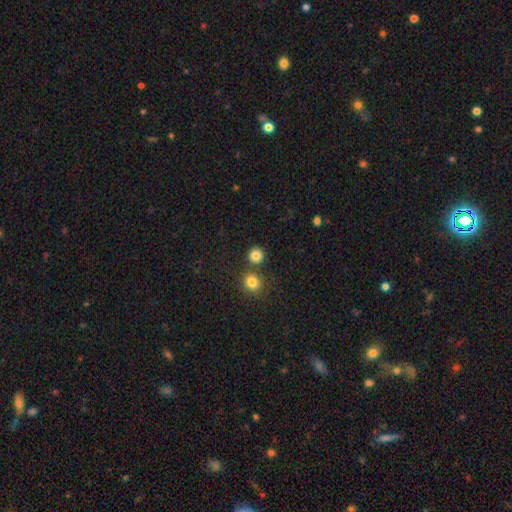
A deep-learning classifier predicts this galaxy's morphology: The model was most divided on "merging": none: 78%, merger: 13%, minor disturbance: 7%, major disturbance: 2%. More confident: how rounded — round (91%); smooth or featured — smooth (84%).